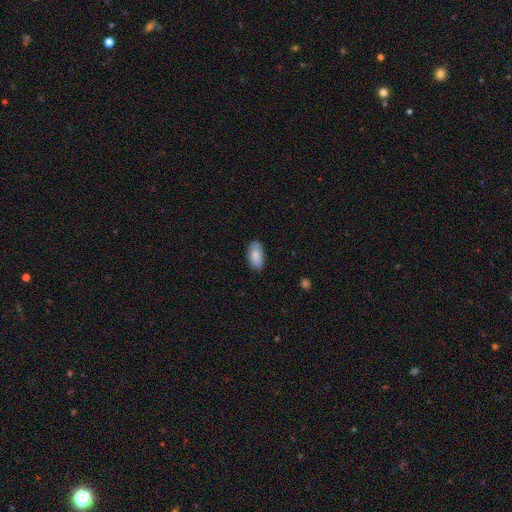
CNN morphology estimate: Smooth or featured? Predicted: smooth (p=0.83). How rounded? Predicted: in between (p=0.94). Merging? Predicted: none (p=0.78).